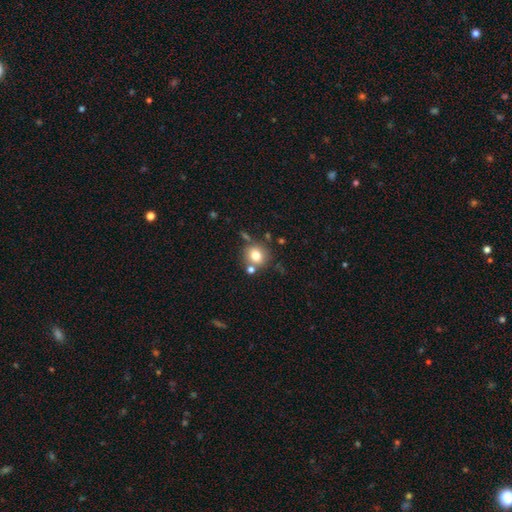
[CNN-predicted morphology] Overall: smooth (76%). How rounded: round (84%). Merging: none (69%).